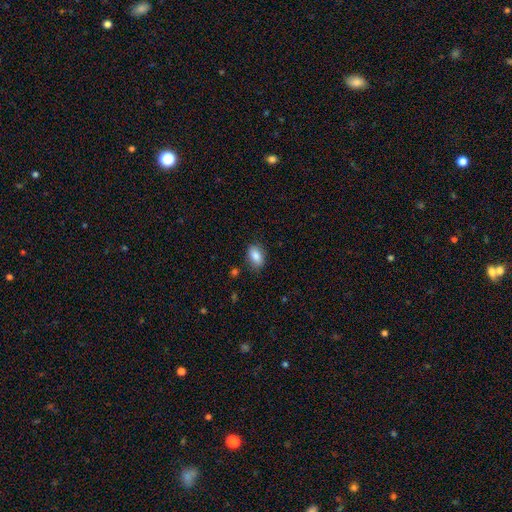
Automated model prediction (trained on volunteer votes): Smooth or featured? smooth (86%)
How rounded? in between (87%)
Merging? none (82%)